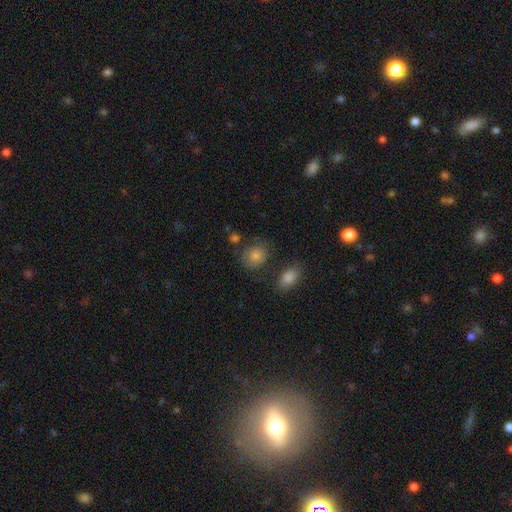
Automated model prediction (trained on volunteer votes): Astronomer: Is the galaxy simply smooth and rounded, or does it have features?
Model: smooth — 72%.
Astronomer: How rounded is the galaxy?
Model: round — 68%.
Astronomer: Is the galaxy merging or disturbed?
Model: none — 70%.